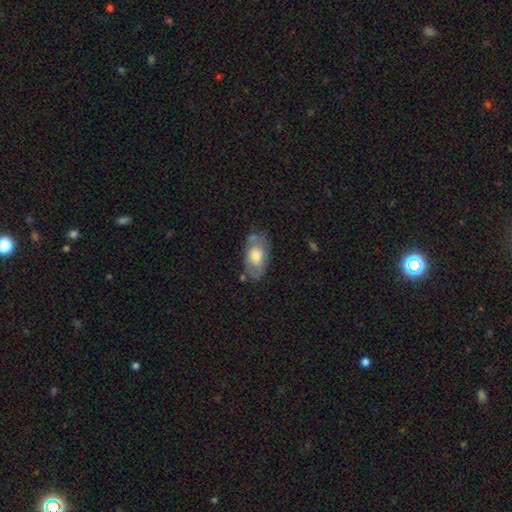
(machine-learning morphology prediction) Q: Smooth or featured?
A: smooth (56%); runner-up: featured or disk (37%)
Q: How rounded?
A: in between (91%); runner-up: round (7%)
Q: Merging?
A: none (59%); runner-up: minor disturbance (25%)